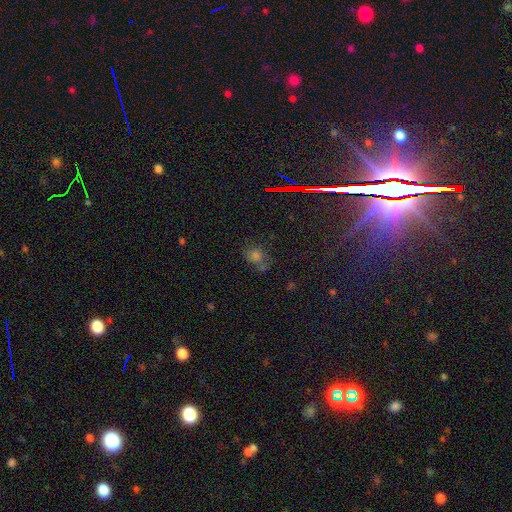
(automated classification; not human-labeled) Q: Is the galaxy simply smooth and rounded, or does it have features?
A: smooth — 50%.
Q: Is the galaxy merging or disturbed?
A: none — 58%.